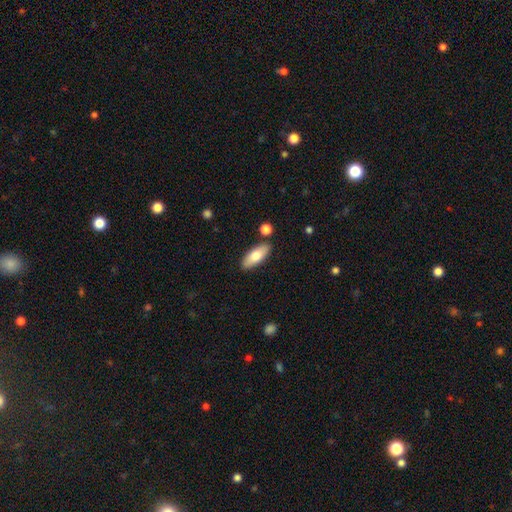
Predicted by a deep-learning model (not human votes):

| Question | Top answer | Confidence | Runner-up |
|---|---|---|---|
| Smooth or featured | smooth | 75% | featured or disk (19%) |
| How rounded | in between | 77% | cigar-shaped (20%) |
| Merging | none | 84% | minor disturbance (10%) |